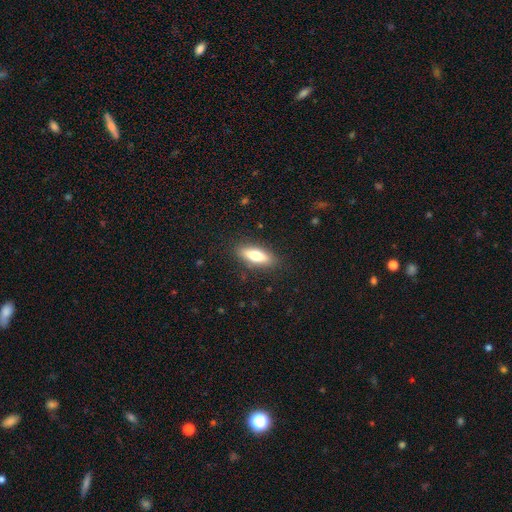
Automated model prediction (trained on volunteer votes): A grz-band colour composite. It shows a smooth galaxy with no disk features (71%) that is in between round and cigar-shaped (63%). Merging: none (86%).